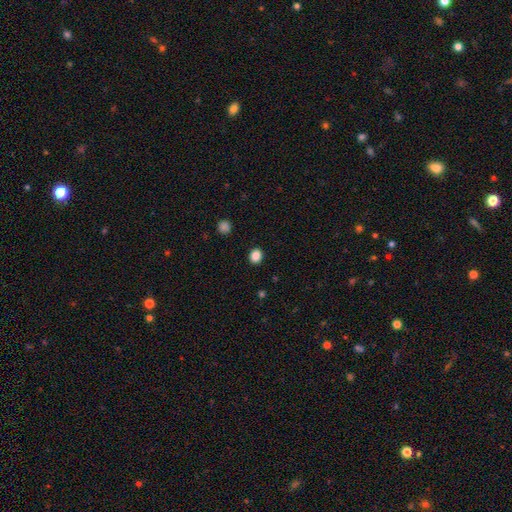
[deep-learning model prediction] Smooth or featured? smooth (87%)
How rounded? round (64%)
Merging? none (91%)